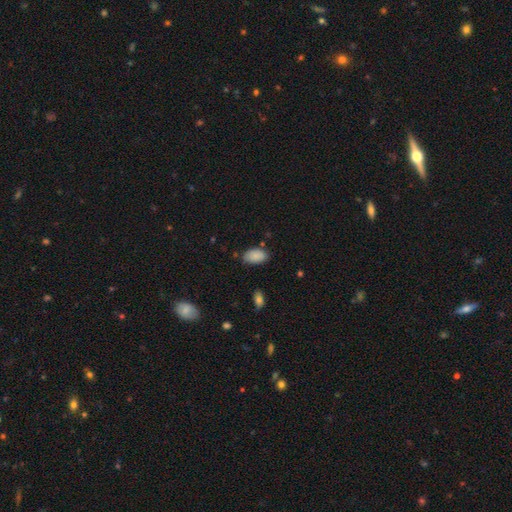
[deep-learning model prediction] Smooth or featured? smooth (88%)
How rounded? in between (94%)
Merging? none (79%)